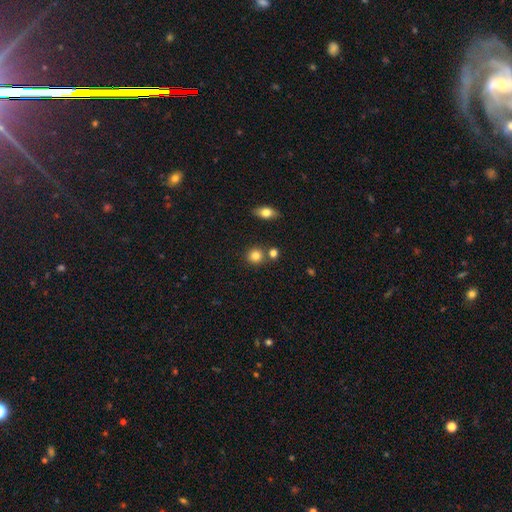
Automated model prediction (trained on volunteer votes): Smooth or featured? Predicted: smooth (p=0.82). How rounded? Predicted: round (p=0.86). Merging? Predicted: none (p=0.73).